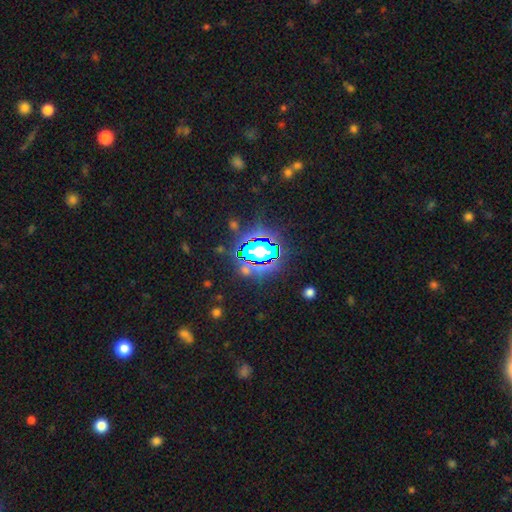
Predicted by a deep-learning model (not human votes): Q: Smooth or featured?
A: star or artifact (77%); runner-up: smooth (14%)